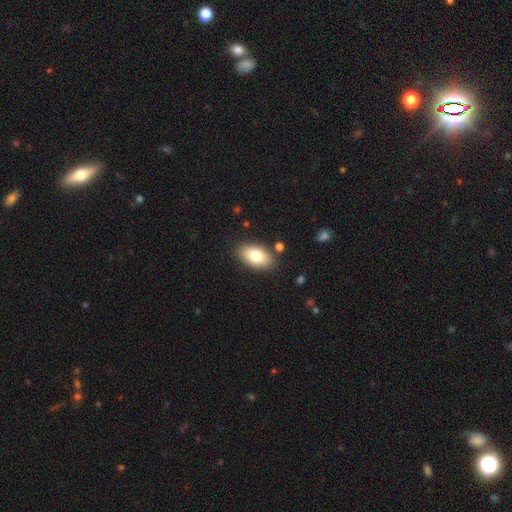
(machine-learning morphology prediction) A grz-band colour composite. It shows a smooth galaxy with no disk features (78%) that is in between round and cigar-shaped (93%). Merging: none (85%).